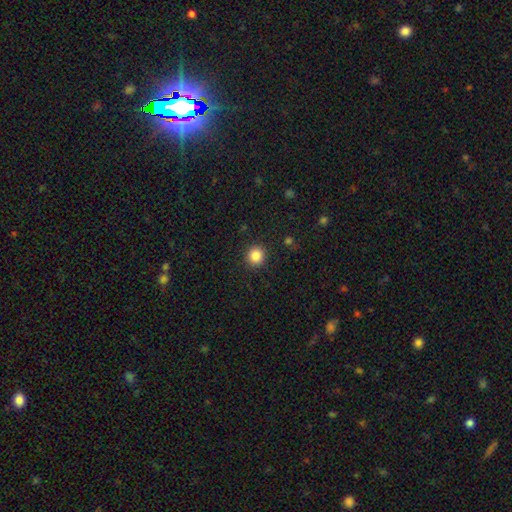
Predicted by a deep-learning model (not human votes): This is clearly a smooth galaxy (85%). How rounded: clearly round (92%). Merging: clearly none (91%).